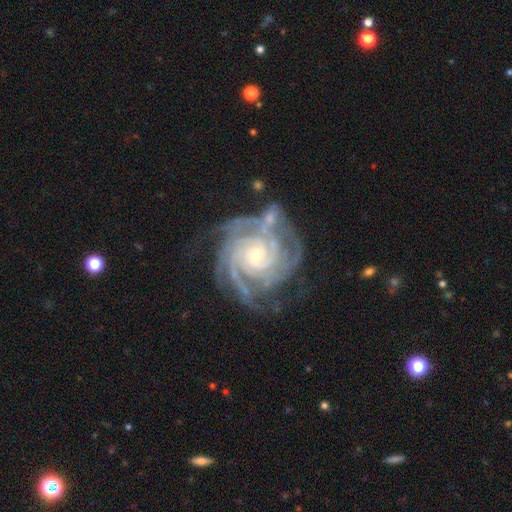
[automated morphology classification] featured or disk 92%, star or artifact 5%, smooth 3%. Down the decision tree: edge-on disk — no (98%); bar — no (61%); spiral arms — yes (99%); spiral arm count — 4 (35%); spiral winding — tight (76%); bulge size — small (72%); merging — none (61%).